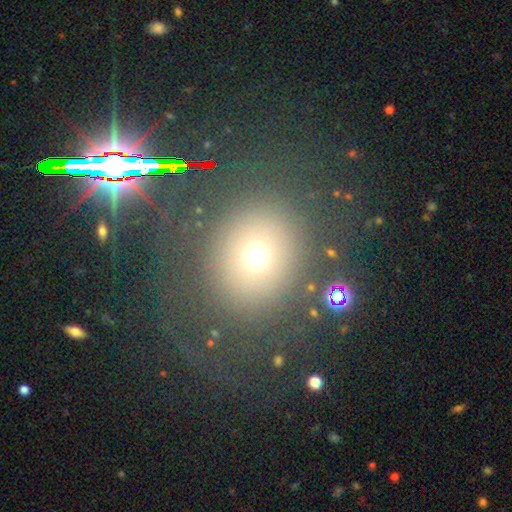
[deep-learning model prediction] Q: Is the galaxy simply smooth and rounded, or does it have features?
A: smooth — 62%.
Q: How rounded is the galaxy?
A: round — 78%.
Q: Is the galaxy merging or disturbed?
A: none — 77%.